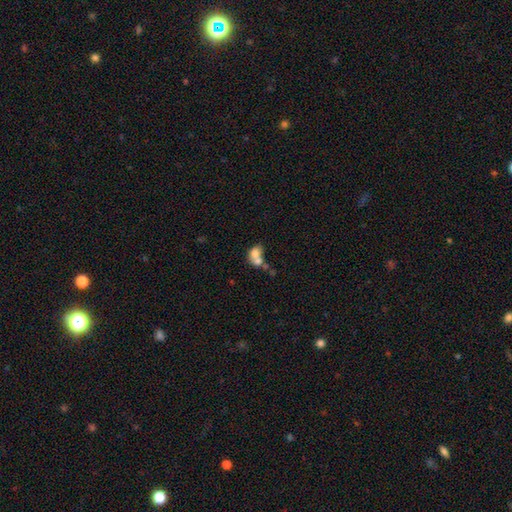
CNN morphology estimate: Smooth or featured: smooth — 67% (featured or disk — 22%)
How rounded: in between — 53% (round — 46%)
Merging: merger — 67% (none — 20%)